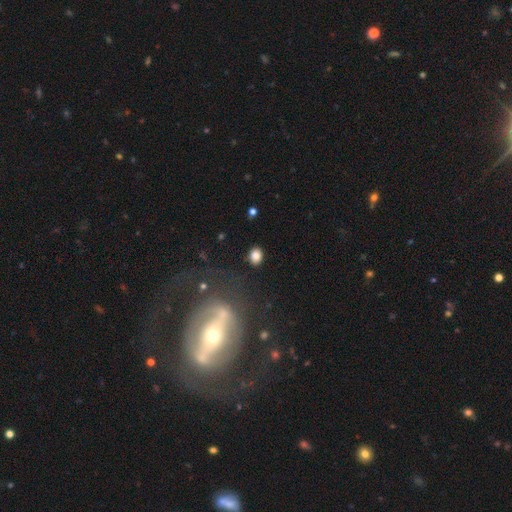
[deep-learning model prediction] This is clearly a smooth galaxy (84%). How rounded: possibly in between (55%). Merging: clearly none (87%).